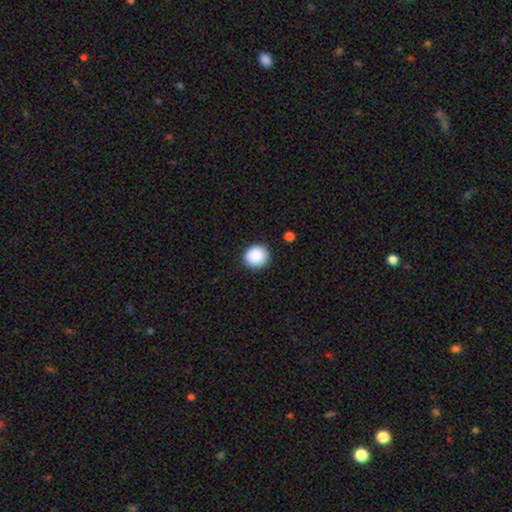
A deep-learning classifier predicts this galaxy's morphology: Smooth or featured: smooth — 89% (star or artifact — 8%)
How rounded: round — 89% (in between — 10%)
Merging: none — 90% (minor disturbance — 7%)